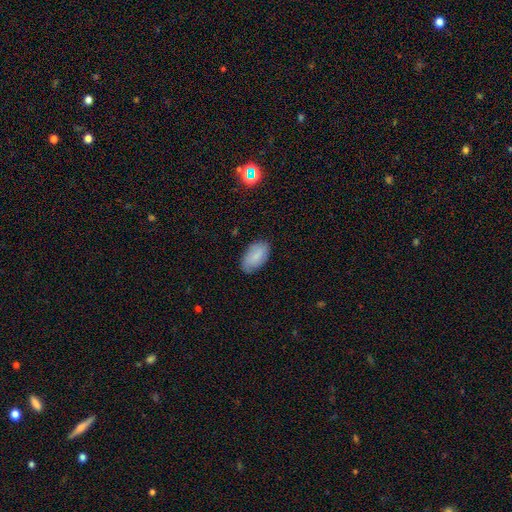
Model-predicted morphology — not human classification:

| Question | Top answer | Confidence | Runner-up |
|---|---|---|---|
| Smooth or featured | smooth | 83% | featured or disk (10%) |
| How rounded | in between | 95% | round (3%) |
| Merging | none | 82% | minor disturbance (15%) |